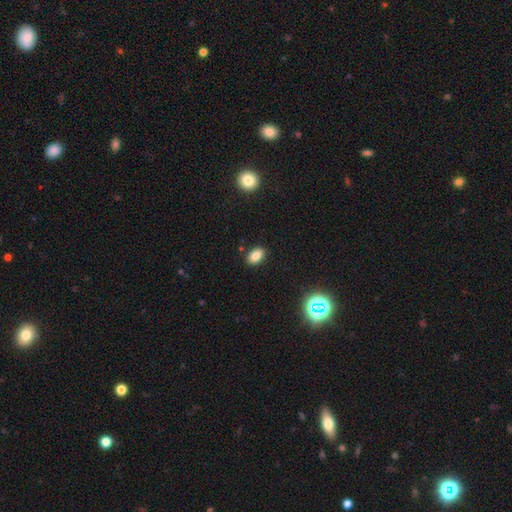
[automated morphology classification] A smooth galaxy with no disk features (81%) that is in between round and cigar-shaped (88%).

Vote fractions:
- Smooth or featured? smooth: 81% / star or artifact: 12% / featured or disk: 7%
- How rounded? in between: 88% / round: 9% / cigar-shaped: 2%
- Merging? none: 88% / minor disturbance: 8% / major disturbance: 2% / merger: 2%